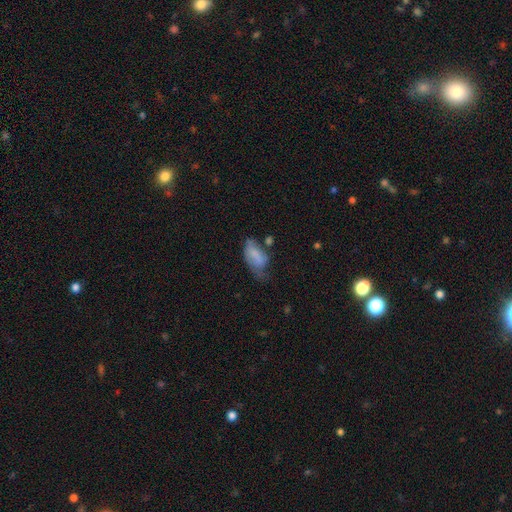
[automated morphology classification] A smooth galaxy with no disk features (67%) that is in between round and cigar-shaped (90%). Merging: minor disturbance (35%).